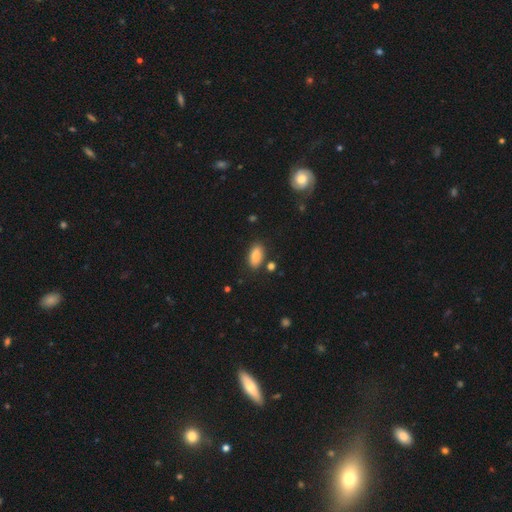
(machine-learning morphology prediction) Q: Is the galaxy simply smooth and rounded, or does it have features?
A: smooth — 82%.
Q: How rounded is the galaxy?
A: in between — 92%.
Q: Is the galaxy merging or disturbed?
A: none — 83%.